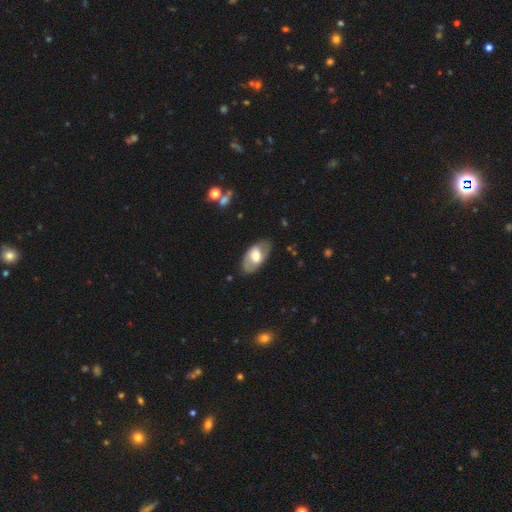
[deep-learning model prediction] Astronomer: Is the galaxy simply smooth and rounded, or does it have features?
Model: smooth — 47%, tied with featured or disk at 47%.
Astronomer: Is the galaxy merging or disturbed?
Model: none — 79%.